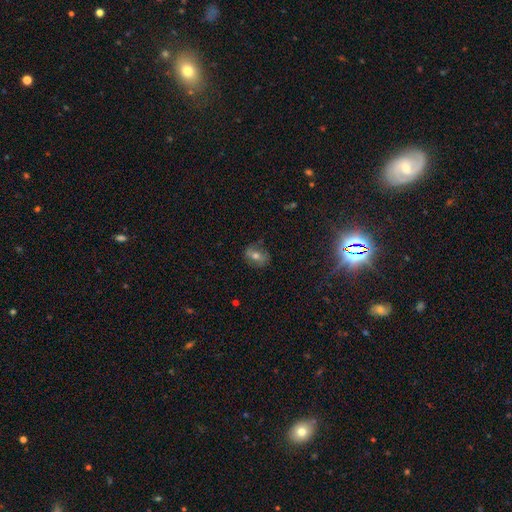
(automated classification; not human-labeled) Morphology: type=smooth (43%); merging=none (73%).